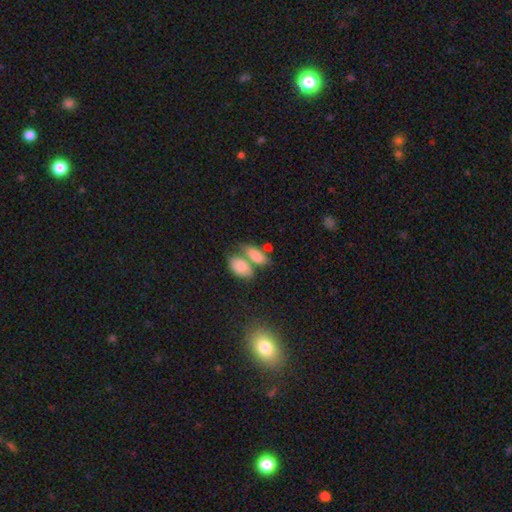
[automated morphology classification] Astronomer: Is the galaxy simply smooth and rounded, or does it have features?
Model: smooth — 81%.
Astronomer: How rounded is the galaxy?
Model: in between — 89%.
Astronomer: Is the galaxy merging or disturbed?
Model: merger — 51% (runner-up: none, 32%).